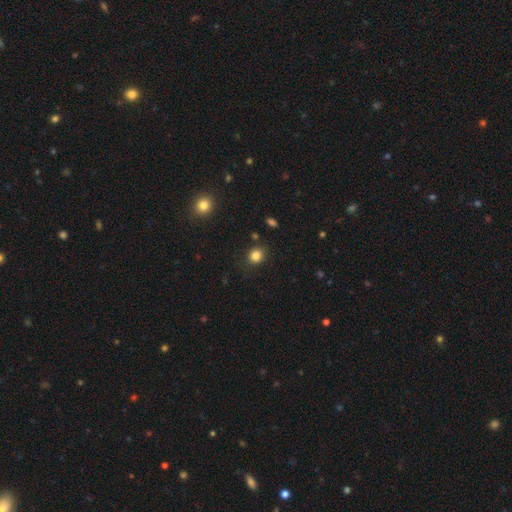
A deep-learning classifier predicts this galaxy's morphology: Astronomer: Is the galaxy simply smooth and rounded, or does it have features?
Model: smooth — 83%.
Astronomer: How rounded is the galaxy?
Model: round — 78%.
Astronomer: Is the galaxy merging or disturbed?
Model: none — 85%.